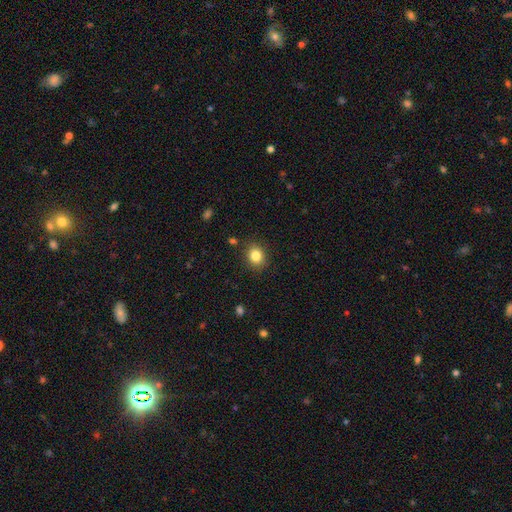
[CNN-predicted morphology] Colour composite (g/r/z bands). It shows a smooth galaxy with no disk features (83%) that is round (66%). Merging: none (87%).